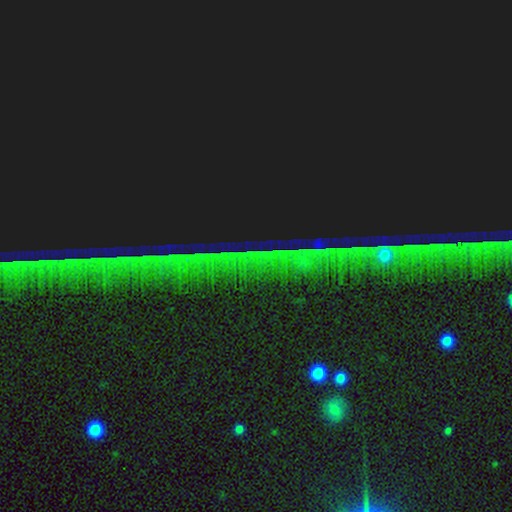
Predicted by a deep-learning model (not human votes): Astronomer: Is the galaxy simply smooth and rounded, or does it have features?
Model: star or artifact — 84%.